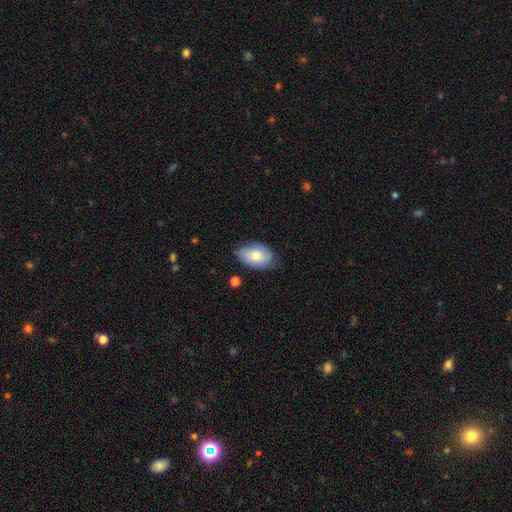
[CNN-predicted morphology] smooth 71%, featured or disk 23%, star or artifact 6%. Down the decision tree: how rounded — in between (90%); merging — none (75%).